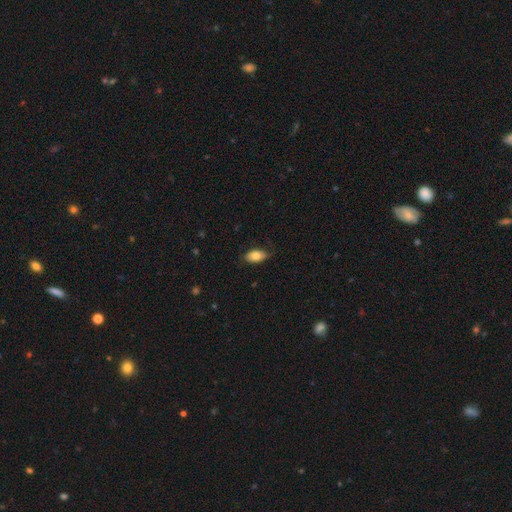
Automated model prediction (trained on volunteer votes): smooth-or-featured: smooth: 80% | featured or disk: 13% | star or artifact: 7%
  how-rounded: in between: 93% | round: 5% | cigar-shaped: 3%
  merging: none: 75% | minor disturbance: 20% | major disturbance: 4% | merger: 1%